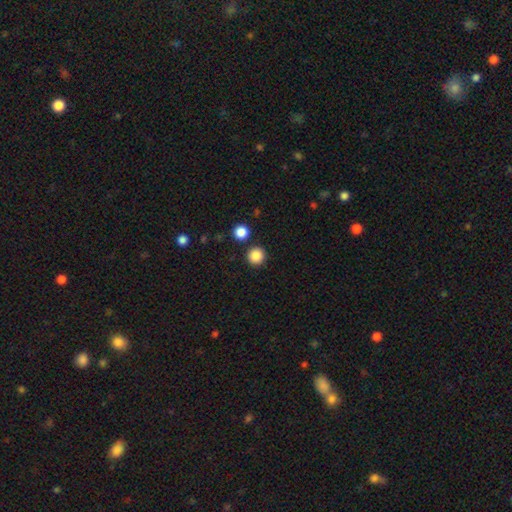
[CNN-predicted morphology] This appears to be a smooth galaxy with no disk features (87%) that is round (96%). Merging: none (90%).